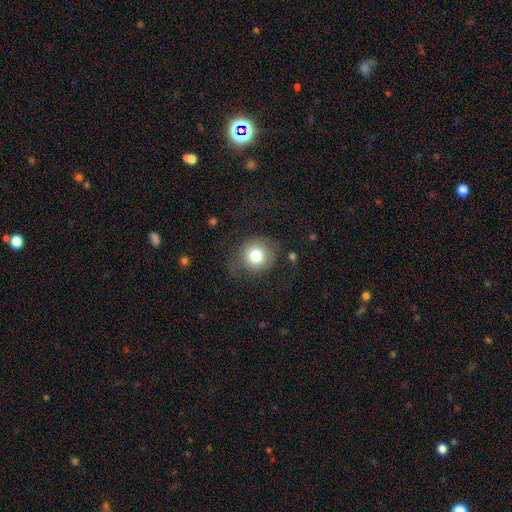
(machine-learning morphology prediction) This appears to be a smooth galaxy with no disk features (75%) that is round (87%). Merging: none (67%).